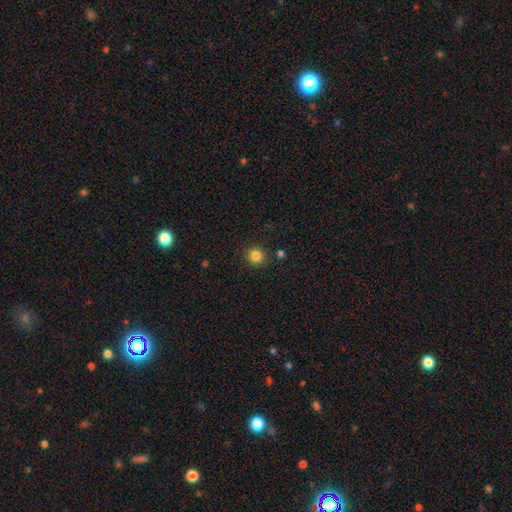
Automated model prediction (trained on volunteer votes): Smooth or featured: smooth — 83% (star or artifact — 13%)
How rounded: round — 93% (in between — 7%)
Merging: none — 88% (minor disturbance — 7%)